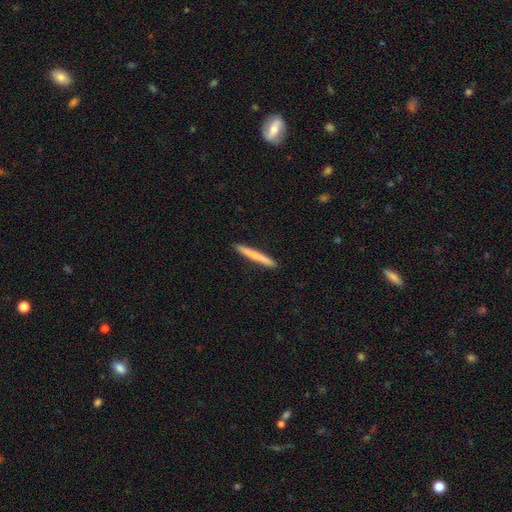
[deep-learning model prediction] Smooth or featured? smooth (68%)
How rounded? cigar-shaped (97%)
Merging? none (92%)